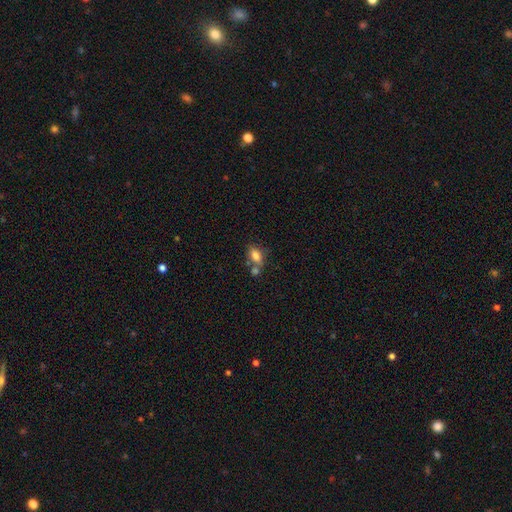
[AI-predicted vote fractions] smooth 80%, featured or disk 11%, star or artifact 9%. Down the decision tree: how rounded — in between (87%); merging — none (49%).